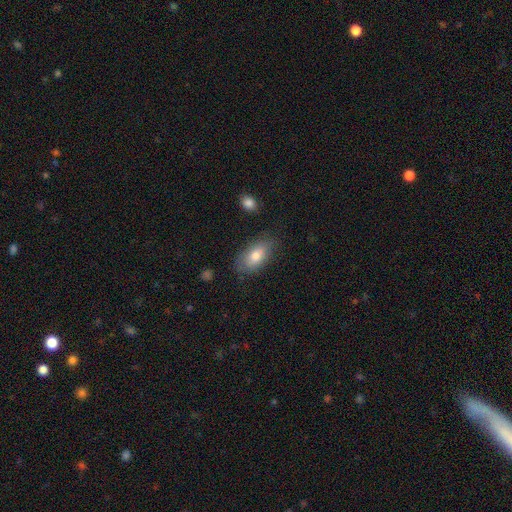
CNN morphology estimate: This appears to be a smooth galaxy with no disk features (76%) that is in between round and cigar-shaped (90%). Merging: none (74%).